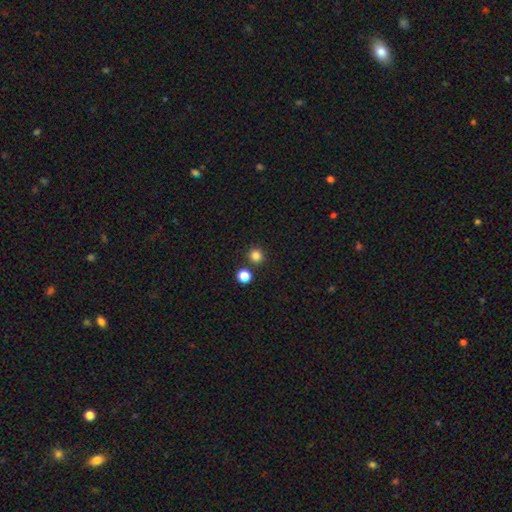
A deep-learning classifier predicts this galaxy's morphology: A smooth galaxy with no disk features (82%) that is round (93%).

Vote fractions:
- Smooth or featured? smooth: 82% / star or artifact: 14% / featured or disk: 4%
- How rounded? round: 93% / in between: 6% / cigar-shaped: 1%
- Merging? none: 83% / merger: 9% / minor disturbance: 6% / major disturbance: 2%